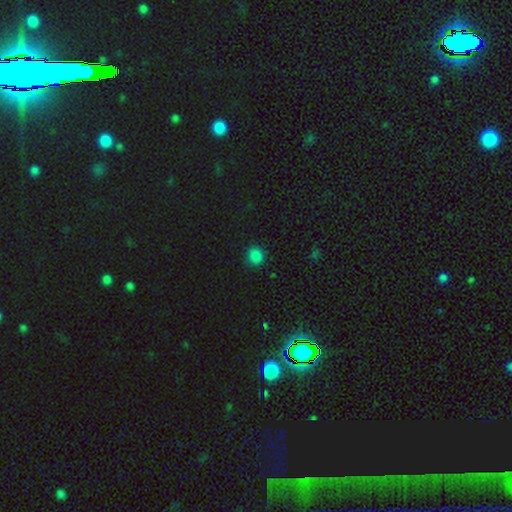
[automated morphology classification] Smooth or featured? smooth (83%)
How rounded? round (87%)
Merging? none (91%)